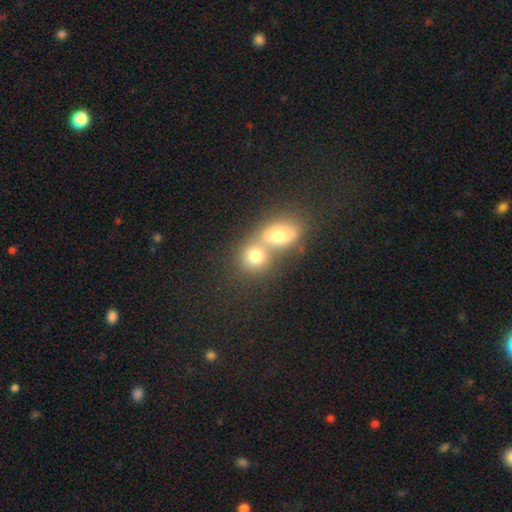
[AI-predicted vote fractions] smooth 75%, featured or disk 13%, star or artifact 12%. Down the decision tree: how rounded — round (69%); merging — merger (57%).